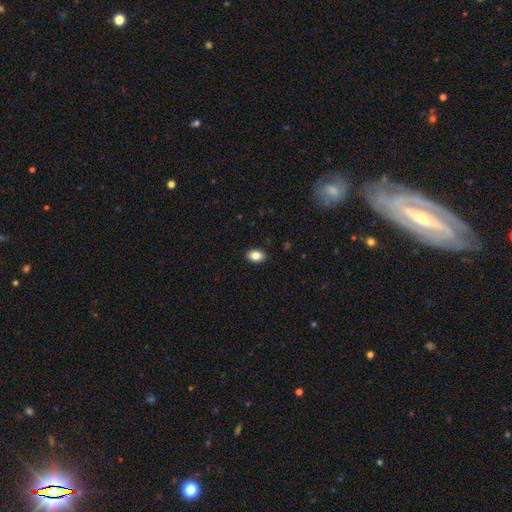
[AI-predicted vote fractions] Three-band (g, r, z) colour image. It shows a smooth galaxy with no disk features (85%) that is in between round and cigar-shaped (85%). Merging: none (90%).